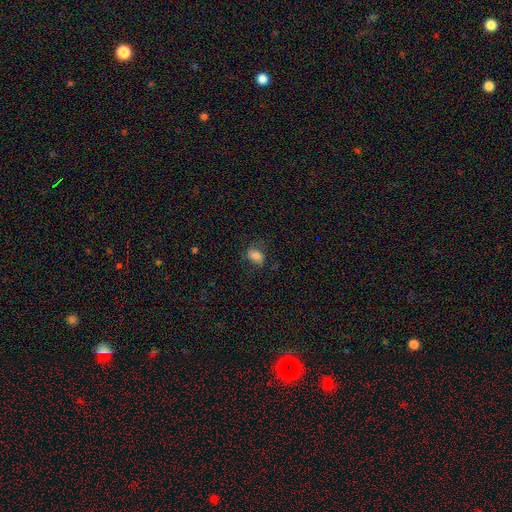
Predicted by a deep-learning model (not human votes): This is likely a smooth galaxy (71%). How rounded: clearly in between (80%). Merging: likely none (64%).